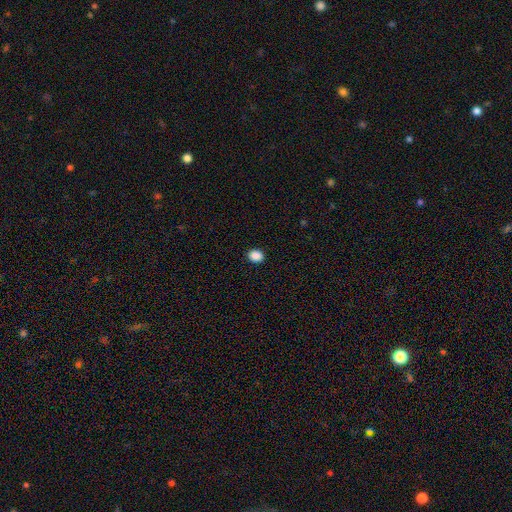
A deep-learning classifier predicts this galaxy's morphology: type=smooth (89%); roundness=round (56%); merging=none (92%).